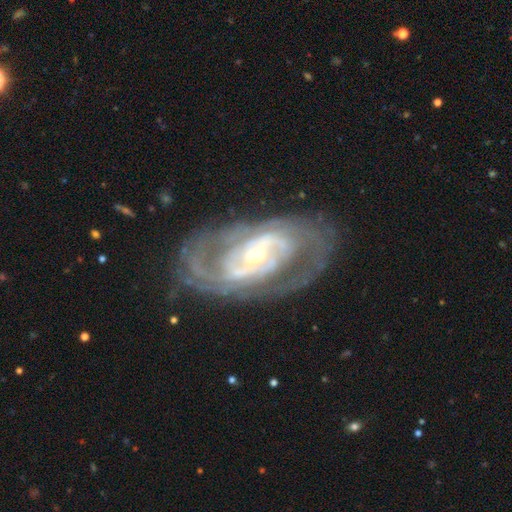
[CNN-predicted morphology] The model was most divided on "bar": no: 40%, weak: 35%, strong: 25%. More confident: edge-on disk — no (95%); spiral arms — yes (94%); smooth or featured — featured or disk (89%); merging — none (74%); bulge size — small (54%); spiral arm count — 2 (53%); spiral winding — tight (51%).